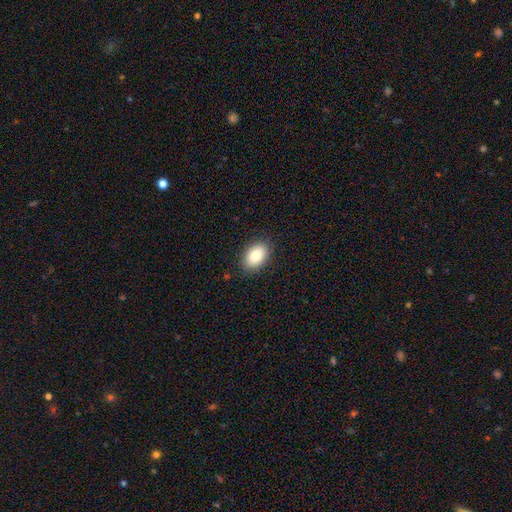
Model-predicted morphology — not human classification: type=smooth (84%); roundness=in between (89%); merging=none (87%).